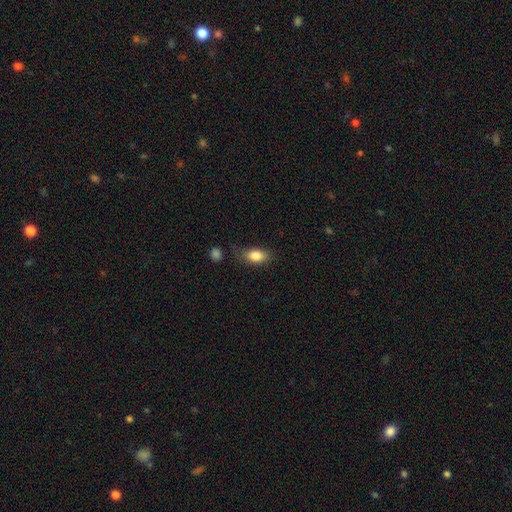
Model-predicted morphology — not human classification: This appears to be a smooth galaxy with no disk features (83%) that is in between round and cigar-shaped (87%). Merging: none (73%).